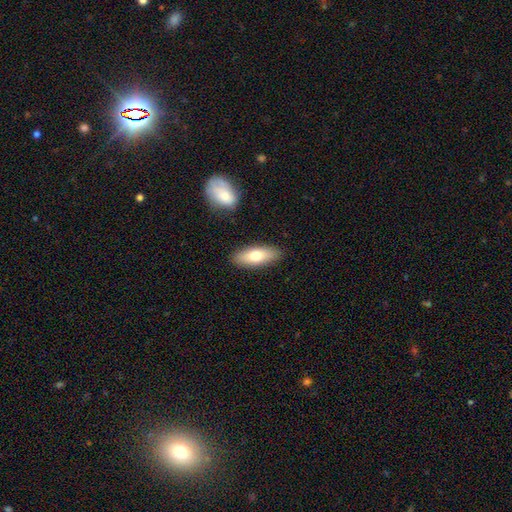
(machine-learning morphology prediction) Smooth or featured: smooth — 72% (featured or disk — 22%)
How rounded: in between — 73% (cigar-shaped — 25%)
Merging: none — 87% (minor disturbance — 8%)